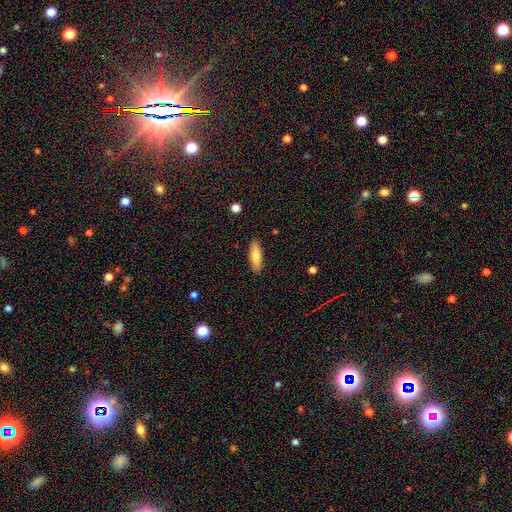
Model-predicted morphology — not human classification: Smooth or featured: smooth — 78% (featured or disk — 16%)
How rounded: in between — 58% (cigar-shaped — 40%)
Merging: none — 88% (minor disturbance — 9%)